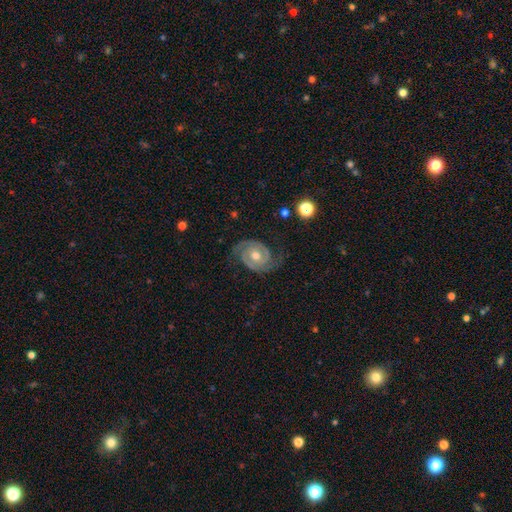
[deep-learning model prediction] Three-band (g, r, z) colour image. It shows a featured or disk galaxy (90%) with no bar (66%), 2 (93%) tight (53%) spiral arms (97%) and a moderate central bulge (78%). Merging: none (79%).